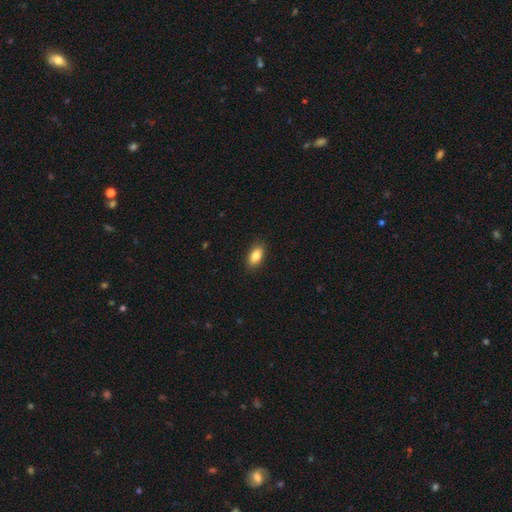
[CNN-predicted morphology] smooth-or-featured: smooth: 86% | star or artifact: 7% | featured or disk: 7%
  how-rounded: in between: 90% | round: 5% | cigar-shaped: 5%
  merging: none: 89% | minor disturbance: 9% | major disturbance: 2% | merger: 1%